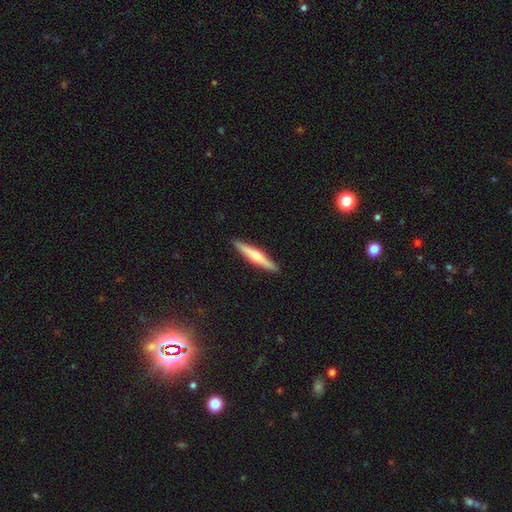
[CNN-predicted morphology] The model was most divided on "smooth or featured": smooth: 49%, featured or disk: 46%, star or artifact: 5%. More confident: merging — none (91%).